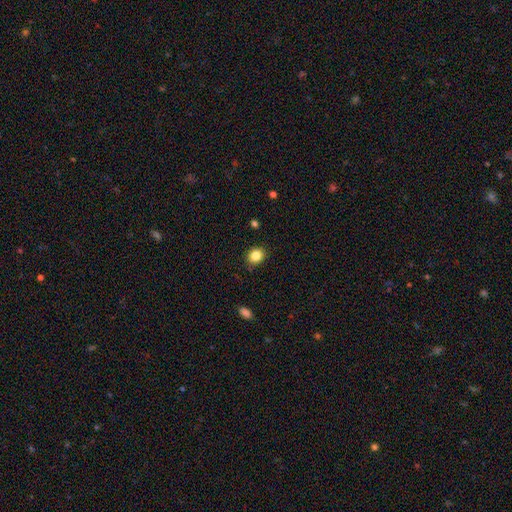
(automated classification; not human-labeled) smooth 84%, star or artifact 10%, featured or disk 6%. Down the decision tree: how rounded — round (65%); merging — none (86%).